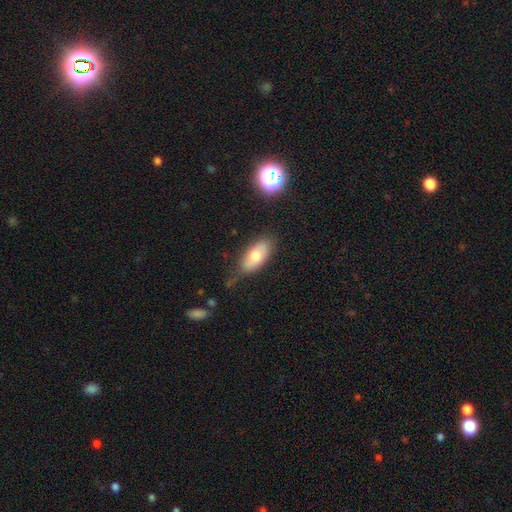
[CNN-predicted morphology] A smooth galaxy with no disk features (71%) that is in between round and cigar-shaped (88%). Merging: none (68%).